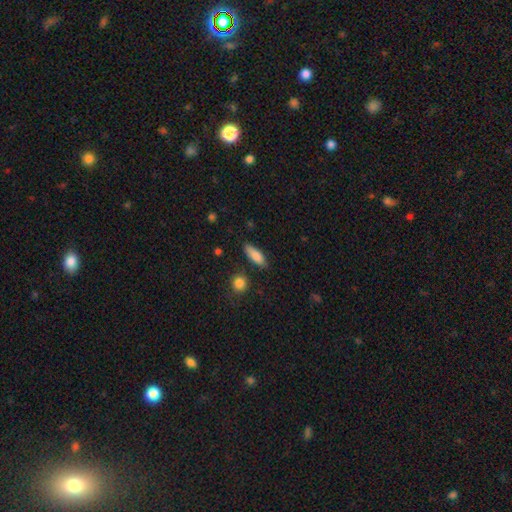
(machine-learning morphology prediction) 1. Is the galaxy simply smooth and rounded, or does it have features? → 85% smooth, 8% featured or disk, 7% star or artifact.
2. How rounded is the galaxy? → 66% in between, 31% cigar-shaped, 3% round.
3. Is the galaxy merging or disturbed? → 78% none, 16% minor disturbance, 3% major disturbance, 3% merger.